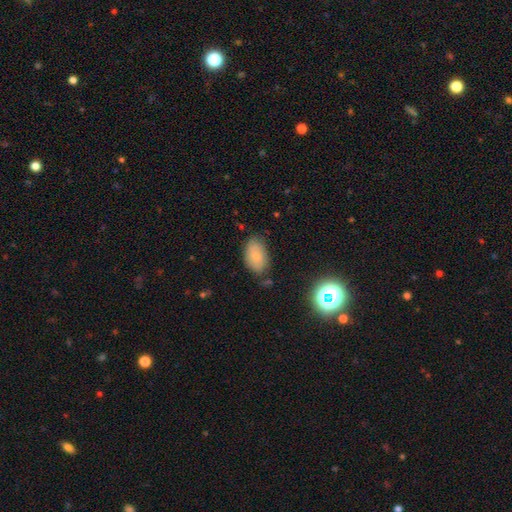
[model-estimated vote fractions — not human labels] Smooth or featured?
  - smooth: 76% *
  - featured or disk: 14%
  - star or artifact: 9%
How rounded?
  - in between: 91% *
  - round: 7%
  - cigar-shaped: 2%
Merging?
  - none: 73% *
  - minor disturbance: 19%
  - major disturbance: 4%
  - merger: 3%